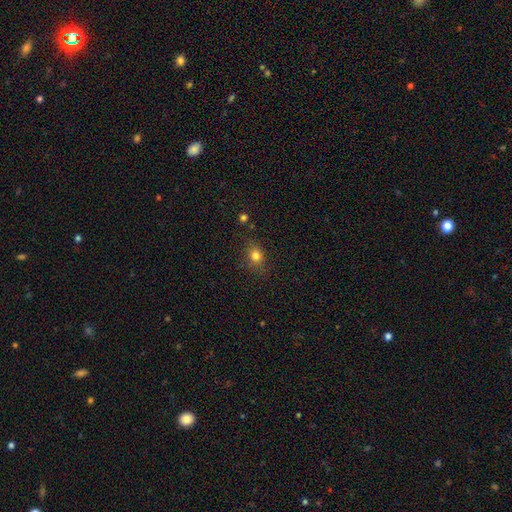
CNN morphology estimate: smooth-or-featured: smooth: 78% | star or artifact: 14% | featured or disk: 8%
  how-rounded: round: 60% | in between: 39% | cigar-shaped: 2%
  merging: none: 78% | minor disturbance: 15% | major disturbance: 5% | merger: 2%